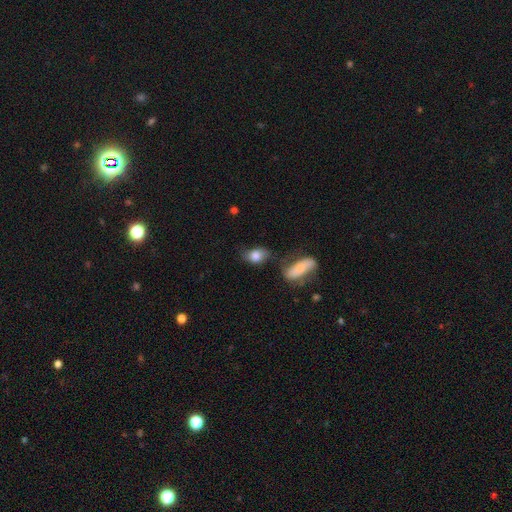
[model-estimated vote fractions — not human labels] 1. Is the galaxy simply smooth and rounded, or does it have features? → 76% smooth, 16% featured or disk, 8% star or artifact.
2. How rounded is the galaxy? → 80% in between, 16% round, 4% cigar-shaped.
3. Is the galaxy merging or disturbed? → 48% none, 24% minor disturbance, 18% merger, 11% major disturbance.